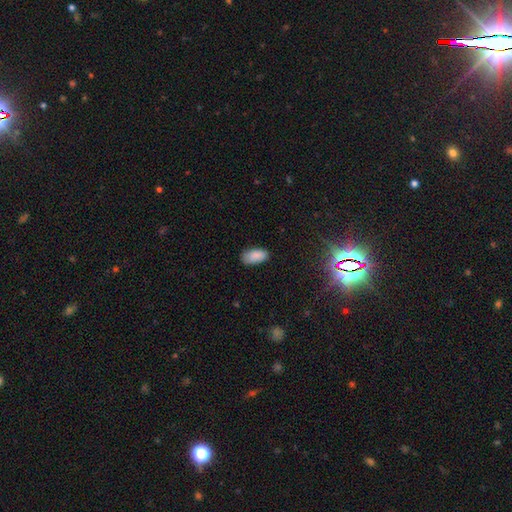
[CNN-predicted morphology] Smooth or featured: smooth — 88% (star or artifact — 8%)
How rounded: in between — 94% (cigar-shaped — 4%)
Merging: none — 81% (minor disturbance — 15%)